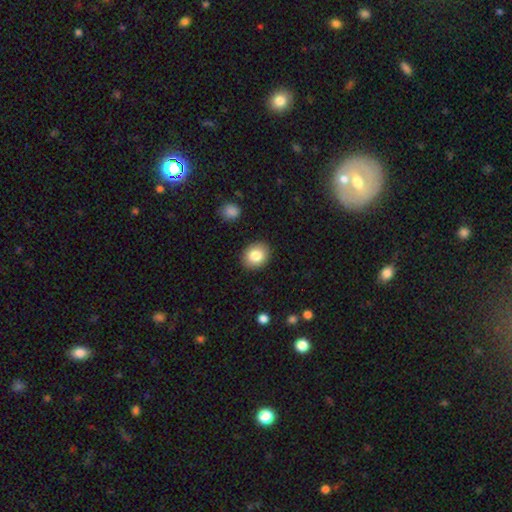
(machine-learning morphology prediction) The model was most divided on "how rounded": round: 59%, in between: 40%, cigar-shaped: 1%. More confident: merging — none (89%); smooth or featured — smooth (83%).